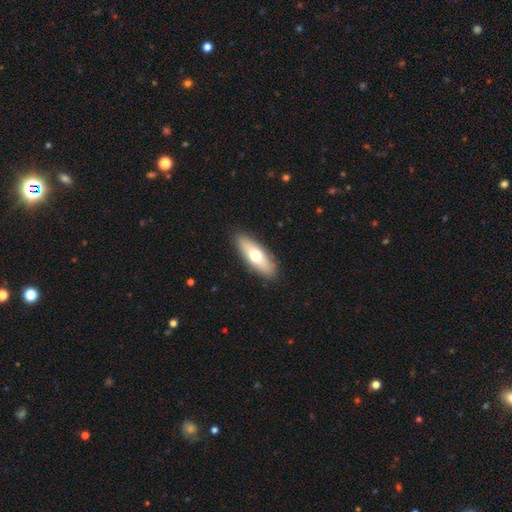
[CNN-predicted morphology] The model was most divided on "how rounded": in between: 59%, cigar-shaped: 38%, round: 3%. More confident: merging — none (88%); smooth or featured — smooth (63%).